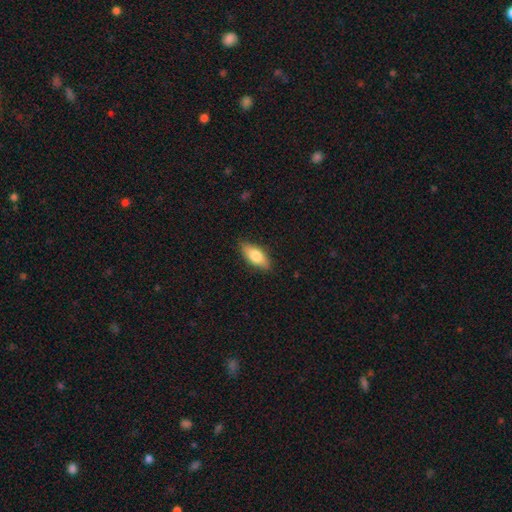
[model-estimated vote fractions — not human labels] smooth-or-featured: smooth: 75% | featured or disk: 19% | star or artifact: 6%
  how-rounded: in between: 80% | cigar-shaped: 17% | round: 3%
  merging: none: 85% | minor disturbance: 12% | major disturbance: 2% | merger: 1%